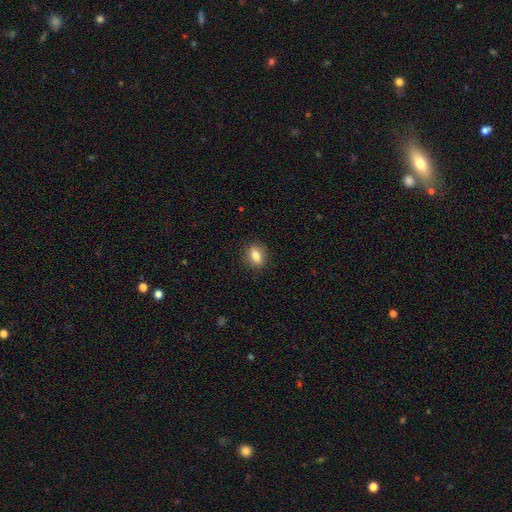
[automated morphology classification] Smooth or featured? Predicted: smooth (p=0.77). How rounded? Predicted: in between (p=0.61). Merging? Predicted: none (p=0.87).